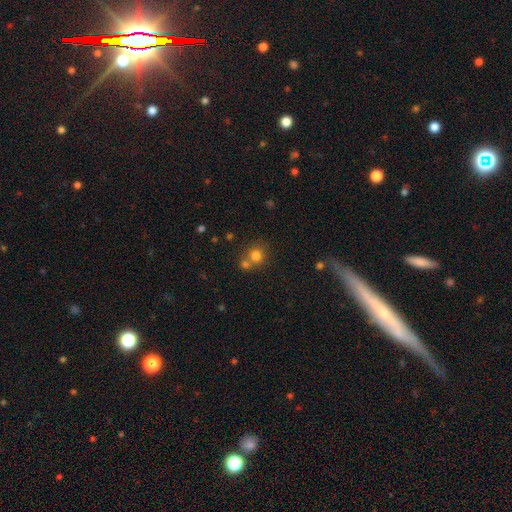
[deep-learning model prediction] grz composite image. It shows a smooth galaxy with no disk features (78%) that is round (85%). Merging: none (55%).